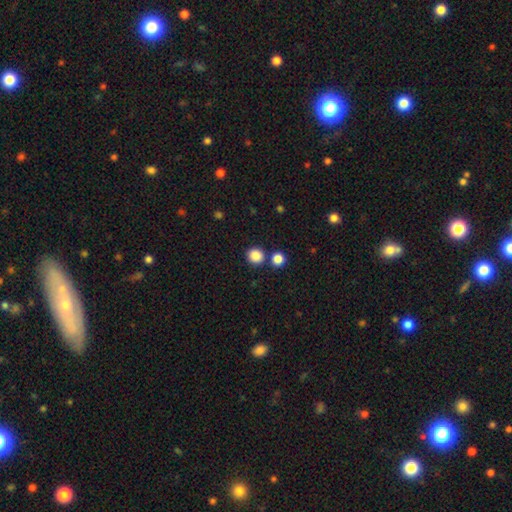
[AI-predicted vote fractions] A smooth galaxy with no disk features (87%) that is round (86%).

Vote fractions:
- Smooth or featured? smooth: 87% / star or artifact: 10% / featured or disk: 3%
- How rounded? round: 86% / in between: 13% / cigar-shaped: 1%
- Merging? none: 80% / merger: 10% / minor disturbance: 7% / major disturbance: 3%